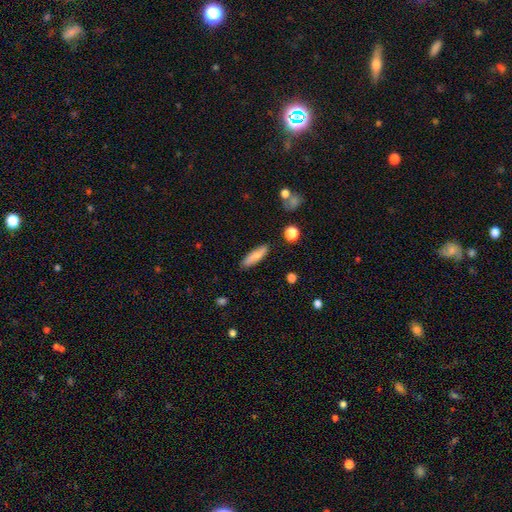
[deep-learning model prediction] The model was most divided on "how rounded": cigar-shaped: 67%, in between: 31%, round: 2%. More confident: merging — none (86%); smooth or featured — smooth (78%).